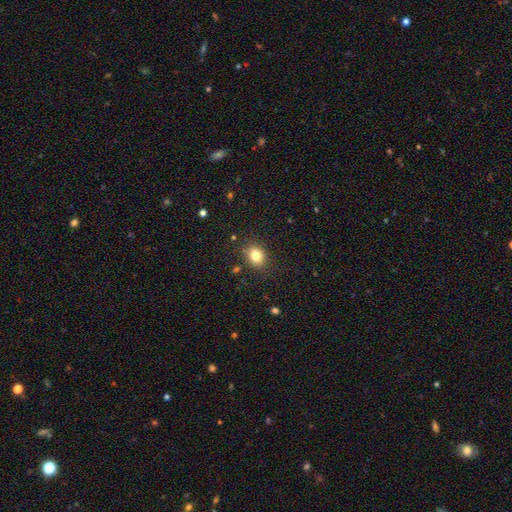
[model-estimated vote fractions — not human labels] smooth 80%, star or artifact 12%, featured or disk 8%. Down the decision tree: how rounded — round (56%); merging — none (85%).